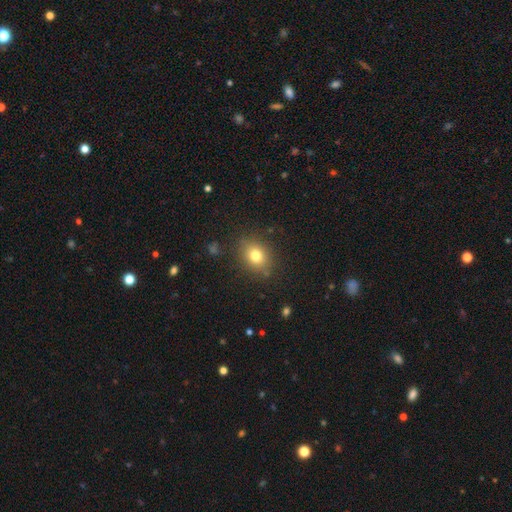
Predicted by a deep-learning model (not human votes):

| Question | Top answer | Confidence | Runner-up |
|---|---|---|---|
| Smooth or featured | smooth | 77% | star or artifact (12%) |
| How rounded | in between | 50% | round (49%) |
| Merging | none | 84% | minor disturbance (11%) |